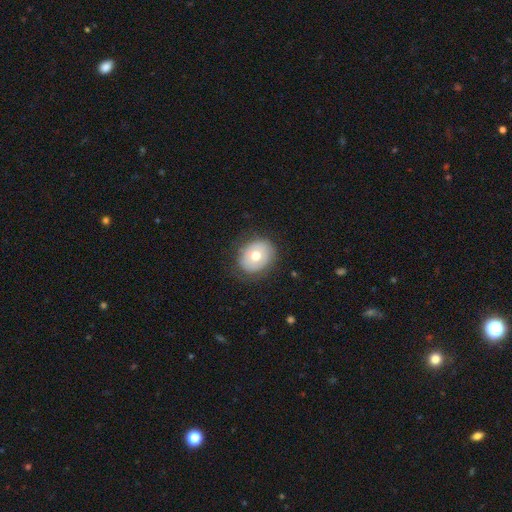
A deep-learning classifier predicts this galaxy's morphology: type=smooth (65%); roundness=round (59%); merging=none (80%).